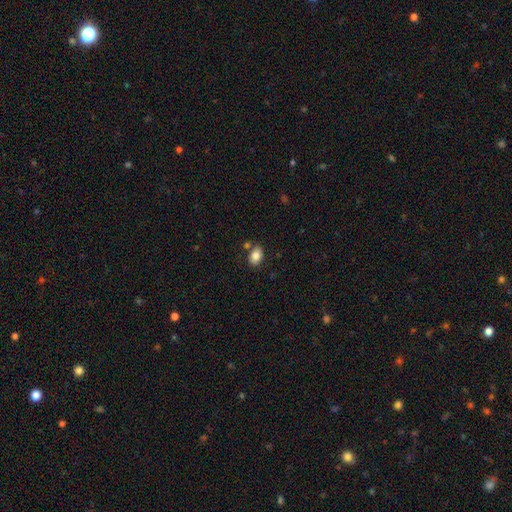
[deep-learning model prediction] This is clearly a smooth galaxy (82%). How rounded: clearly in between (81%). Merging: likely none (76%).